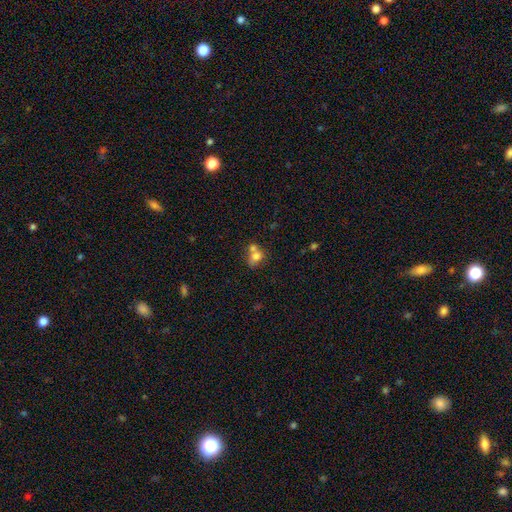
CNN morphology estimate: Overall: smooth (73%). How rounded: in between (52%; round 46%). Merging: merger (57%; none 29%).